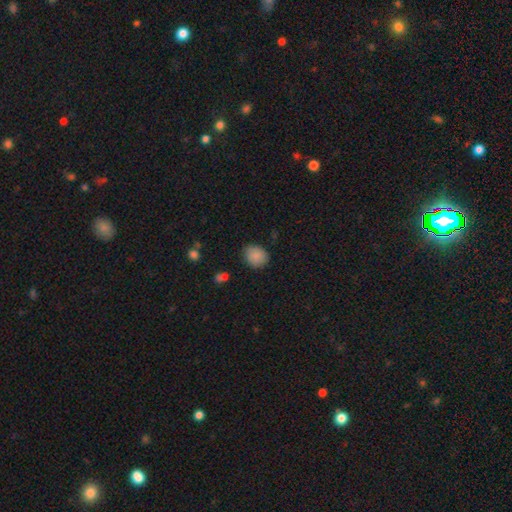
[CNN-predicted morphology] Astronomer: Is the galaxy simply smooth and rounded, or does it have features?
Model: smooth — 86%.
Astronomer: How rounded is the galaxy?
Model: round — 62%.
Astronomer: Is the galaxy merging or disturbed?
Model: none — 82%.